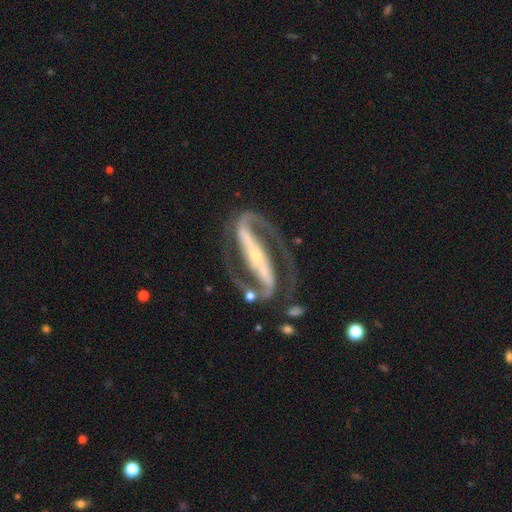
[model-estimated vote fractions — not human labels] This appears to be a featured or disk galaxy (92%) with a strong bar (83%), 2 (93%) medium (53%) spiral arms (97%) and a small central bulge (74%). Merging: none (76%).